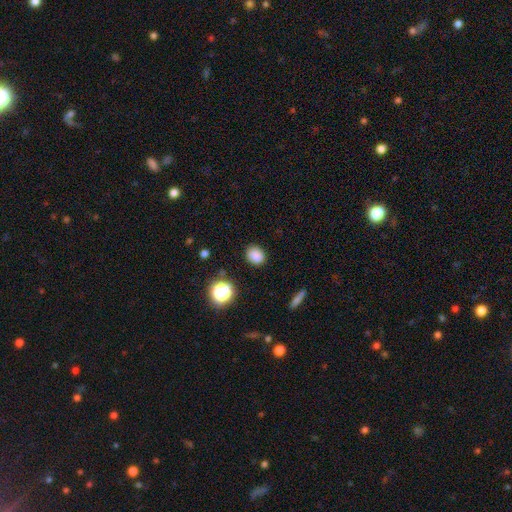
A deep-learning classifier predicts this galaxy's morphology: A smooth galaxy with no disk features (83%) that is round (56%).

Vote fractions:
- Smooth or featured? smooth: 83% / star or artifact: 13% / featured or disk: 4%
- How rounded? round: 56% / in between: 43% / cigar-shaped: 1%
- Merging? none: 84% / minor disturbance: 11% / major disturbance: 3% / merger: 2%